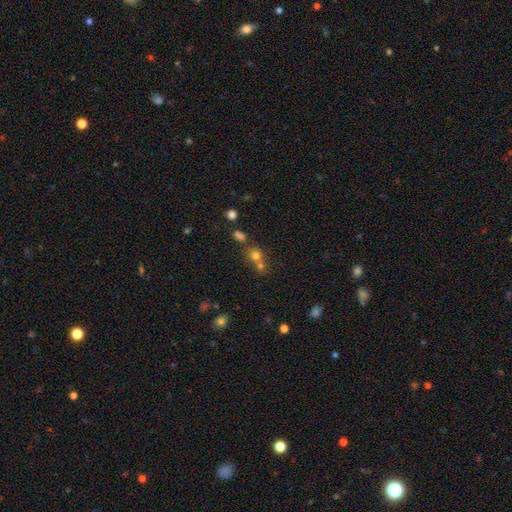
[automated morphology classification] Smooth or featured? Predicted: smooth (p=0.69). How rounded? Predicted: round (p=0.79). Merging? Predicted: none (p=0.46).